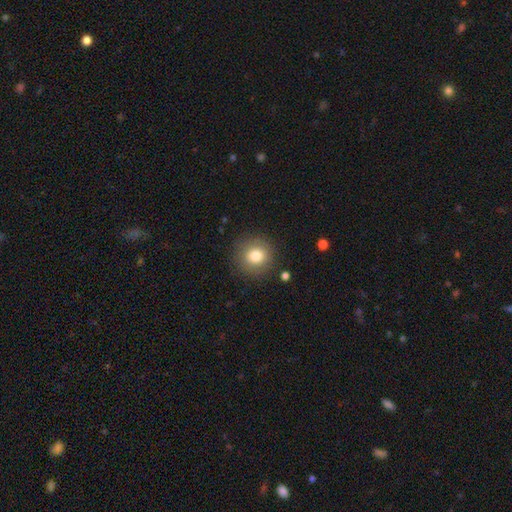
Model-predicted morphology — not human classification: A smooth galaxy with no disk features (80%) that is round (93%). Merging: none (87%).